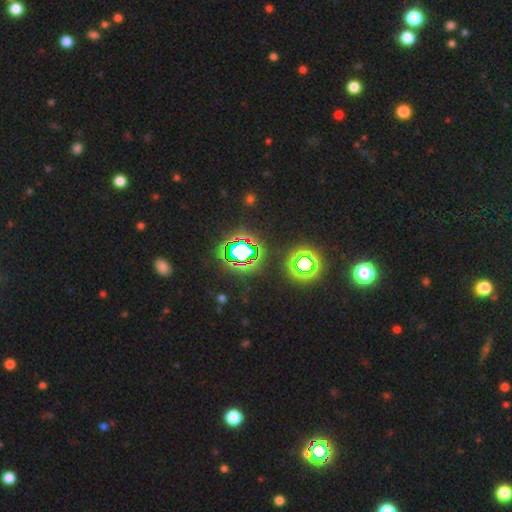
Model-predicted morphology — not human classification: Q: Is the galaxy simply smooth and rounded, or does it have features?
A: star or artifact — 80%.